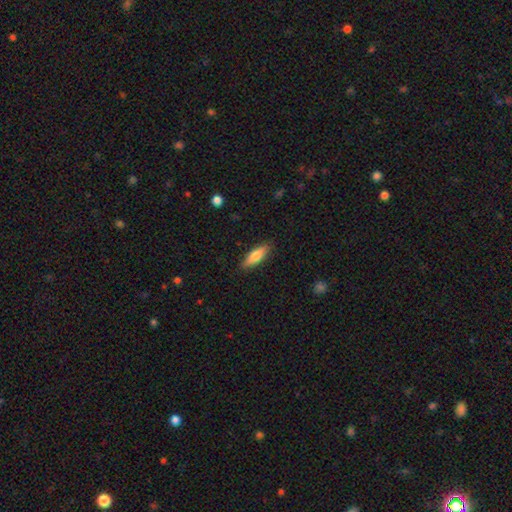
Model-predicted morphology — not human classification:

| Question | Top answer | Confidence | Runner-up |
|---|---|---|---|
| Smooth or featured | smooth | 73% | featured or disk (21%) |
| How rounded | in between | 54% | cigar-shaped (44%) |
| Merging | none | 87% | minor disturbance (10%) |